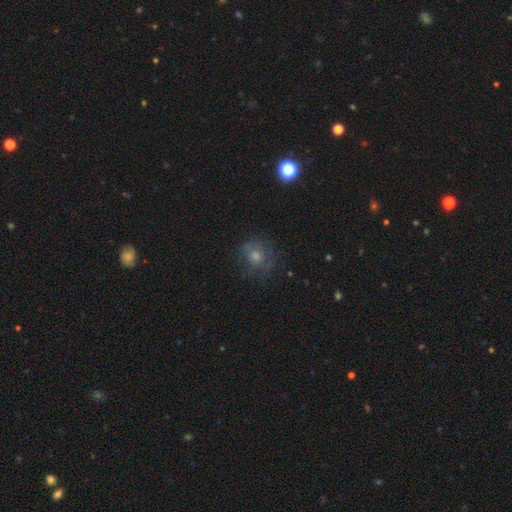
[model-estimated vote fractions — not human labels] This is marginally a smooth galaxy (43%). Merging: likely none (72%).